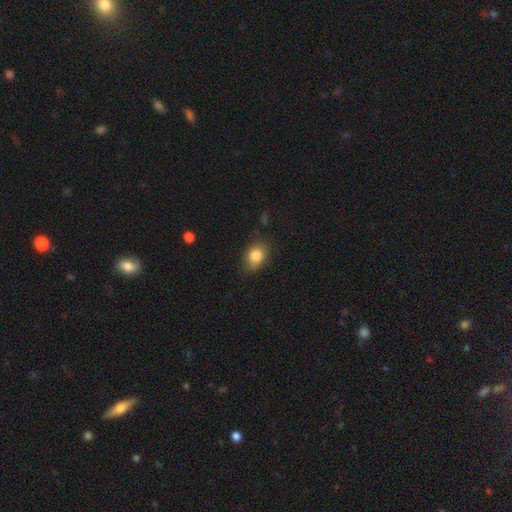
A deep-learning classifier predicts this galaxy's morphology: This is clearly a smooth galaxy (83%). How rounded: likely in between (65%). Merging: likely none (74%).